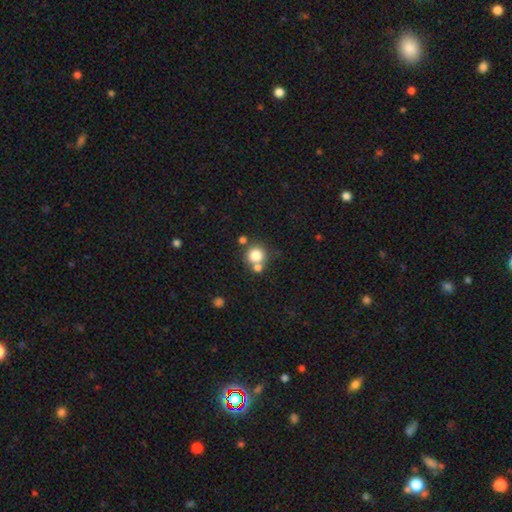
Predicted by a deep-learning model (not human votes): Morphology: type=smooth (79%); roundness=round (92%); merging=none (61%).